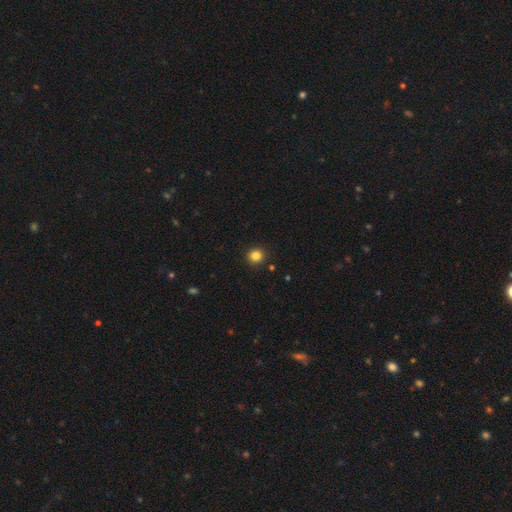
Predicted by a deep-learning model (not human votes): Smooth or featured: smooth — 84% (star or artifact — 12%)
How rounded: round — 92% (in between — 7%)
Merging: none — 92% (minor disturbance — 5%)